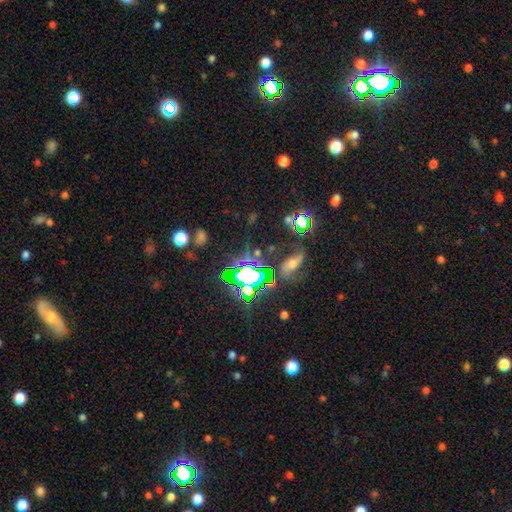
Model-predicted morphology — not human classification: type=star or artifact (68%).